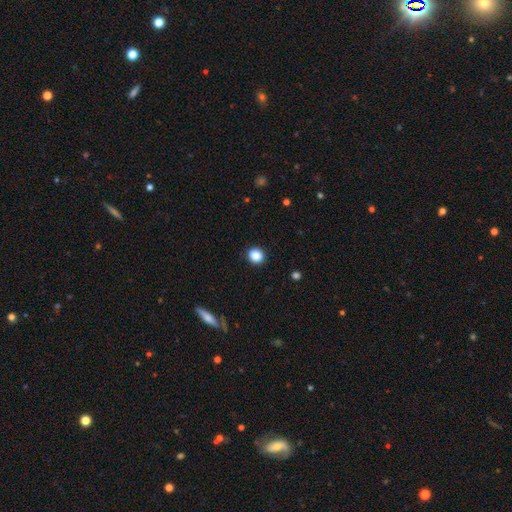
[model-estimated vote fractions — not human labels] smooth 87%, star or artifact 10%, featured or disk 3%. Down the decision tree: how rounded — round (81%); merging — none (91%).